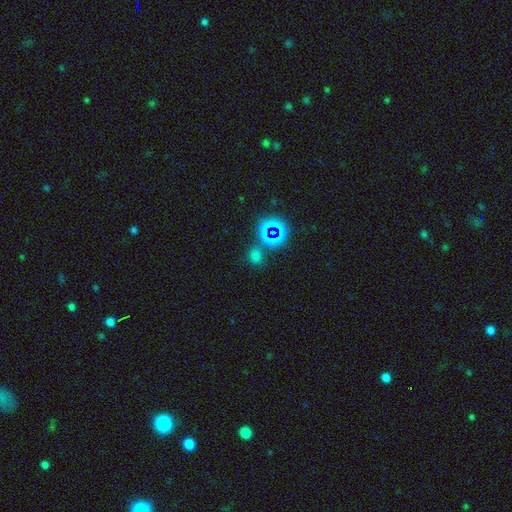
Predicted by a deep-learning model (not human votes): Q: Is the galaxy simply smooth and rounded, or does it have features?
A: smooth — 59%.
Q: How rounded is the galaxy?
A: round — 69%.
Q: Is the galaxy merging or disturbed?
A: none — 73%.